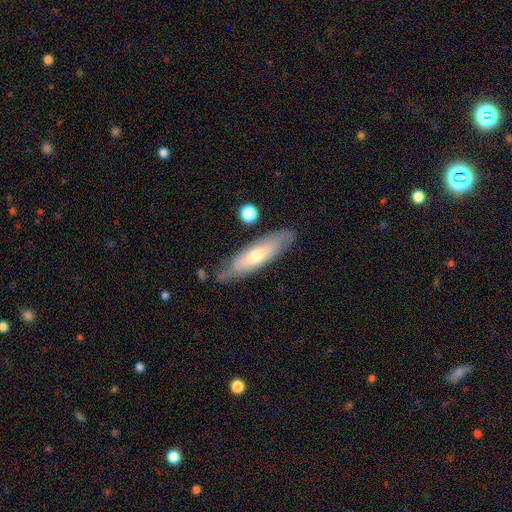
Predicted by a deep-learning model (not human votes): Smooth or featured?
  - featured or disk: 51% *
  - smooth: 42%
  - star or artifact: 7%
Edge-on disk?
  - no: 50% * (tied)
  - yes: 50% * (tied)
Merging?
  - none: 79% *
  - minor disturbance: 15%
  - major disturbance: 3%
  - merger: 3%